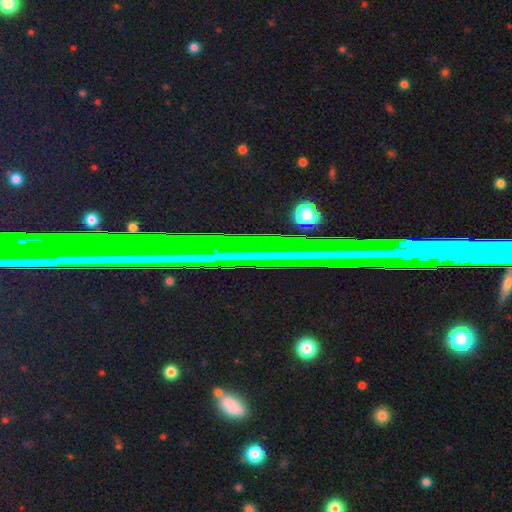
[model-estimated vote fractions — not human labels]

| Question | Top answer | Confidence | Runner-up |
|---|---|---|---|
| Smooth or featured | star or artifact | 78% | featured or disk (12%) |